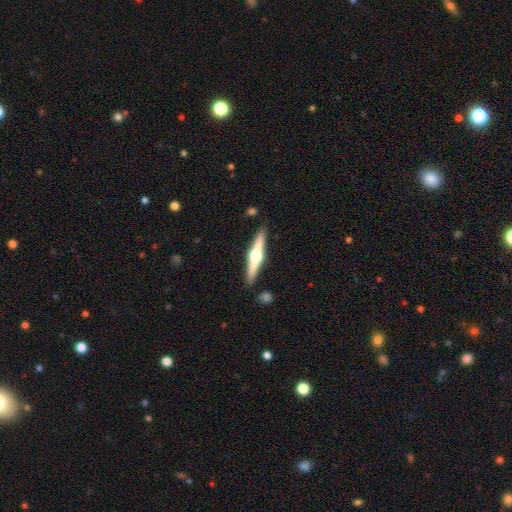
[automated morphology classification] Smooth or featured: featured or disk — 75% (smooth — 20%)
Edge-on disk: yes — 98% (no — 2%)
Edge-on bulge: rounded — 96% (boxy — 2%)
Merging: none — 88% (minor disturbance — 8%)